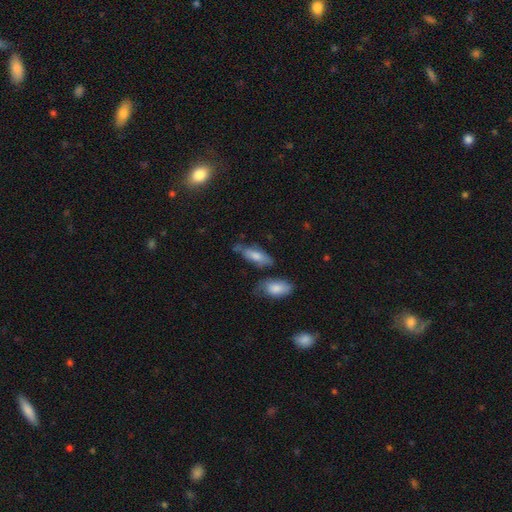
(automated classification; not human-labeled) smooth_or_featured: smooth (p=0.63) [alt: featured or disk p=0.29]
how_rounded: in between (p=0.62) [alt: cigar-shaped p=0.35]
merging: none (p=0.57) [alt: minor disturbance p=0.25]